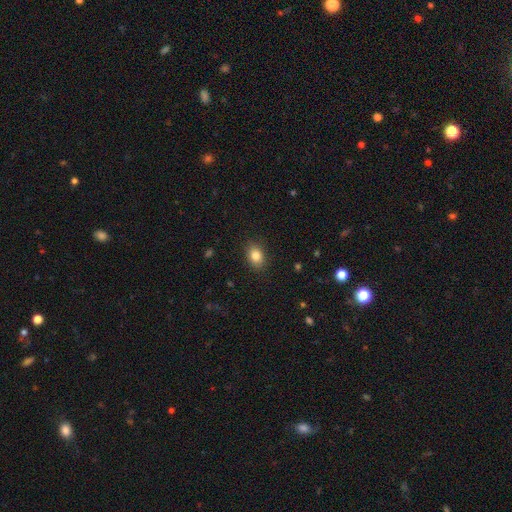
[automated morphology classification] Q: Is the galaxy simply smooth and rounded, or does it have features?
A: smooth — 83%.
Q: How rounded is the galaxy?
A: in between — 69%.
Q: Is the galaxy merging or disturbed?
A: none — 87%.